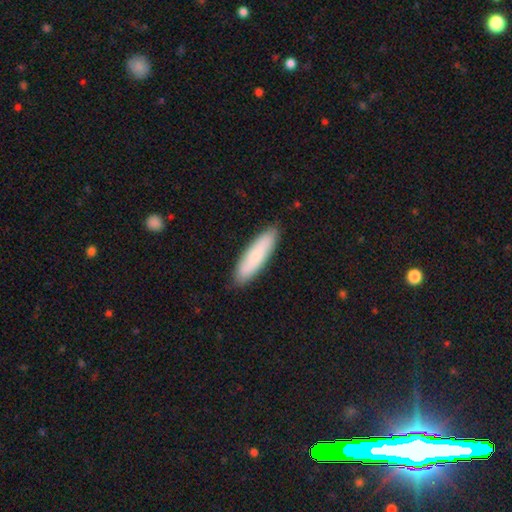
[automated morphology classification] Smooth or featured: smooth — 80% (featured or disk — 14%)
How rounded: cigar-shaped — 71% (in between — 28%)
Merging: none — 89% (minor disturbance — 9%)